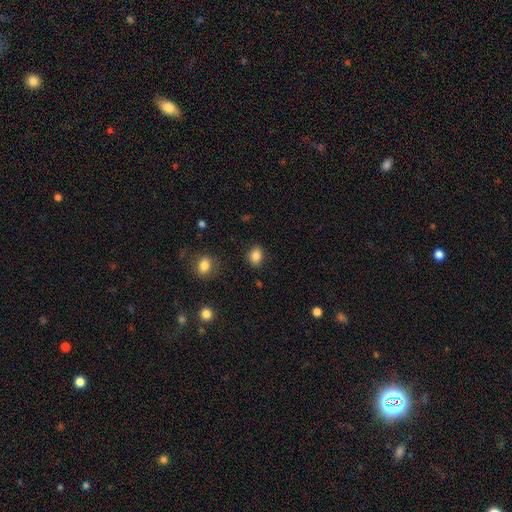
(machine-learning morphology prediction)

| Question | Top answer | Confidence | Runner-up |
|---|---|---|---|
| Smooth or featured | smooth | 85% | star or artifact (10%) |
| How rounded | round | 55% | in between (44%) |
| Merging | none | 86% | minor disturbance (10%) |